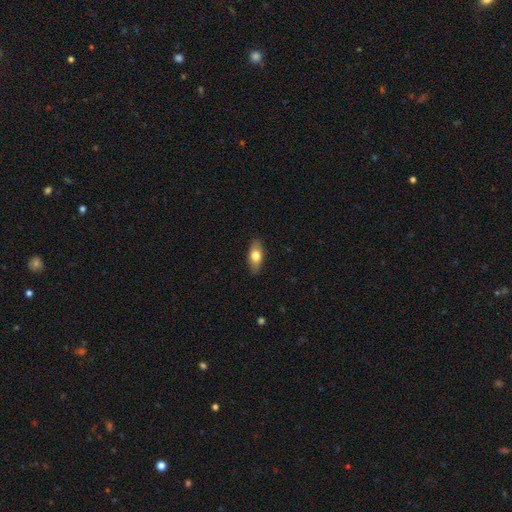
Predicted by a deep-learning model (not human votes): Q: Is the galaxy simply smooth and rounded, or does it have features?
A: smooth — 74%.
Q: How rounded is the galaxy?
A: in between — 82%.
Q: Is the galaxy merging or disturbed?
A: none — 87%.